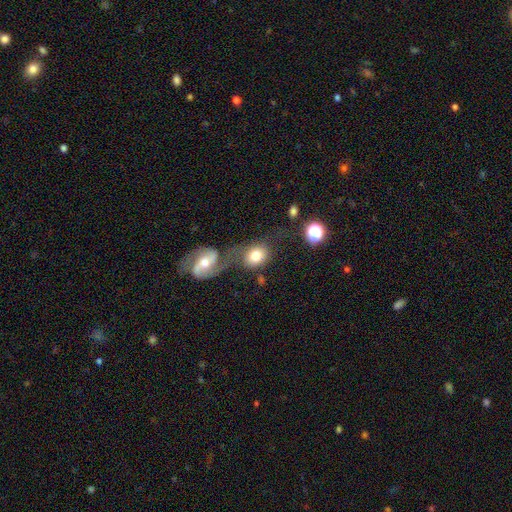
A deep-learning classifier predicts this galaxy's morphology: Overall: smooth (70%). How rounded: in between (55%; round 44%). Merging: merger (46%; none 31%).